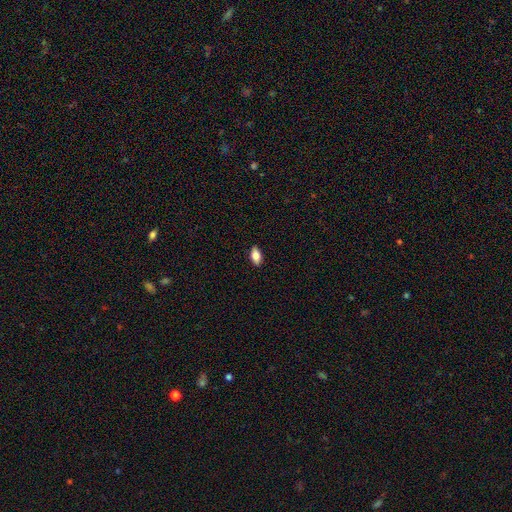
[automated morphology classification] type=smooth (79%); roundness=in between (90%); merging=none (90%).